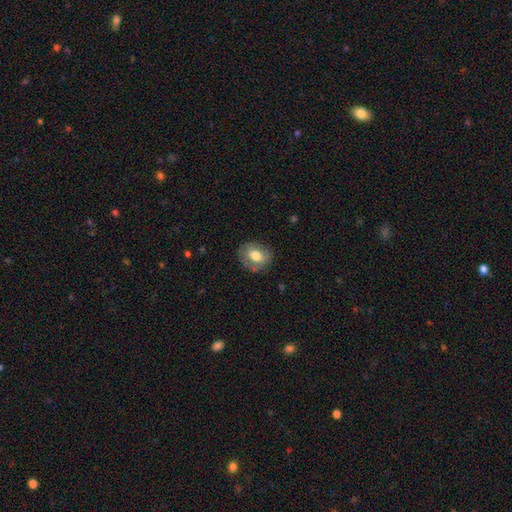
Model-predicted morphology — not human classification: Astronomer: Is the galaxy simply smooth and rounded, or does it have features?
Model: smooth — 62%.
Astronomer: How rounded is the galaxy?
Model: in between — 54% (runner-up: round, 45%).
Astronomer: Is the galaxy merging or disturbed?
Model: none — 77%.